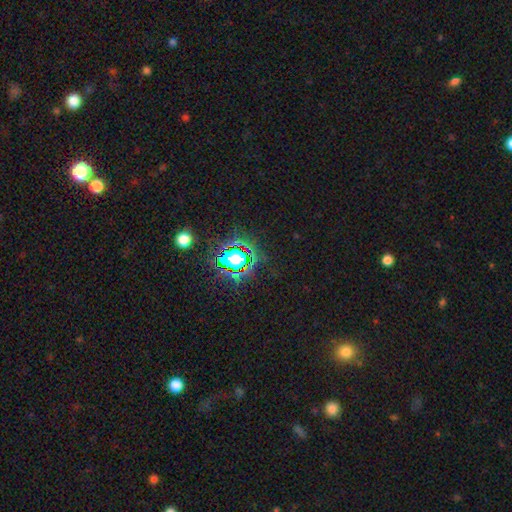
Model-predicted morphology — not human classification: A star or artifact, not a galaxy (79%).

Vote fractions:
- Smooth or featured? star or artifact: 79% / smooth: 14% / featured or disk: 7%